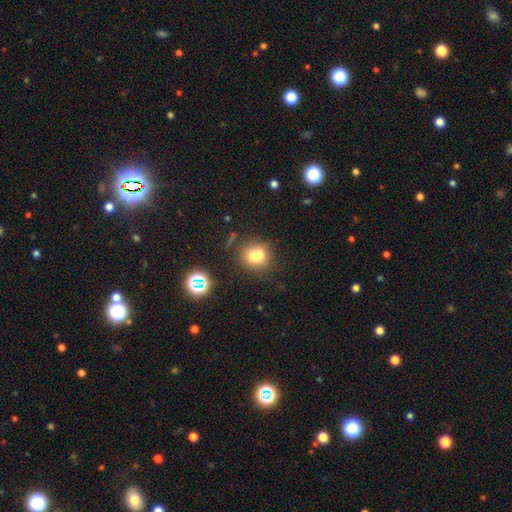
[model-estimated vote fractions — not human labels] A smooth galaxy with no disk features (69%) that is round (83%).

Vote fractions:
- Smooth or featured? smooth: 69% / featured or disk: 17% / star or artifact: 15%
- How rounded? round: 83% / in between: 16% / cigar-shaped: 1%
- Merging? none: 53% / merger: 30% / minor disturbance: 12% / major disturbance: 4%